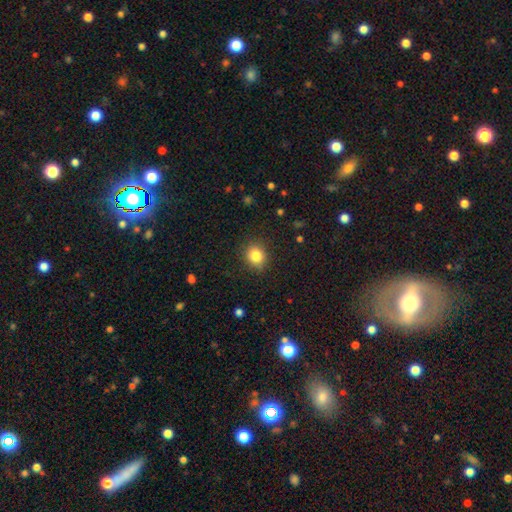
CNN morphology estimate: A smooth galaxy with no disk features (84%) that is round (79%). Merging: none (85%).